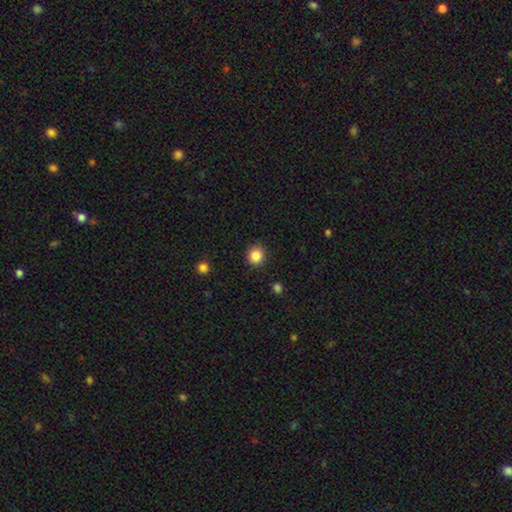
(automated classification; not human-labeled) The model was most divided on "smooth or featured": smooth: 85%, star or artifact: 11%, featured or disk: 4%. More confident: merging — none (90%); how rounded — round (88%).